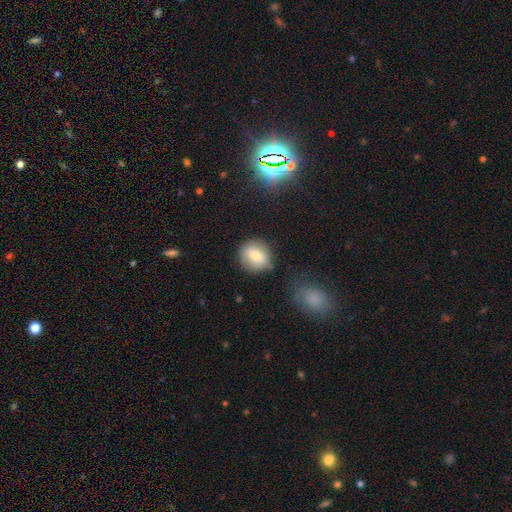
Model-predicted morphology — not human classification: smooth_or_featured: smooth (p=0.66) [alt: featured or disk p=0.25]
how_rounded: round (p=0.86) [alt: in between p=0.13]
merging: none (p=0.78) [alt: minor disturbance p=0.15]